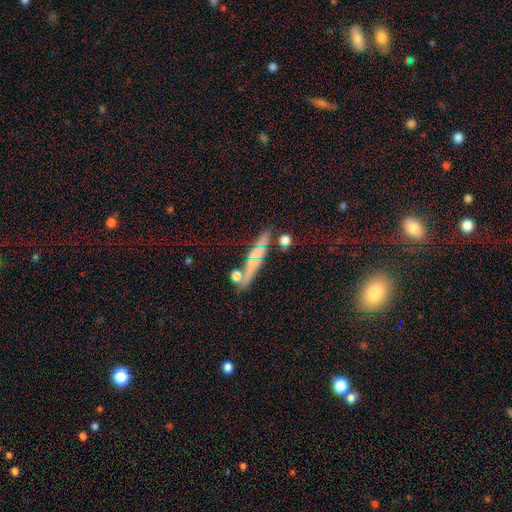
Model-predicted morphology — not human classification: This is marginally a featured or disk galaxy (44%). Merging: likely none (69%).